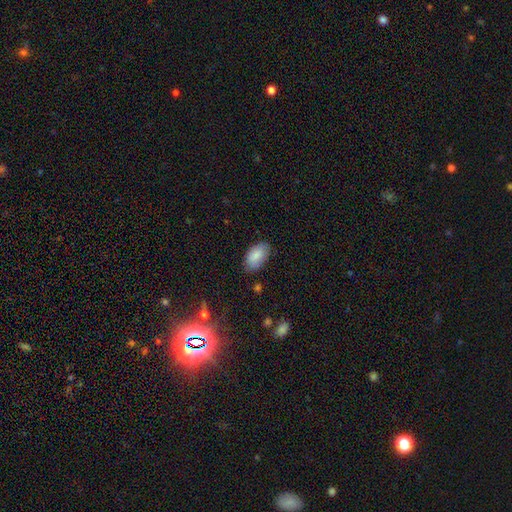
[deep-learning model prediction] Smooth or featured? Predicted: smooth (p=0.85). How rounded? Predicted: in between (p=0.94). Merging? Predicted: none (p=0.79).